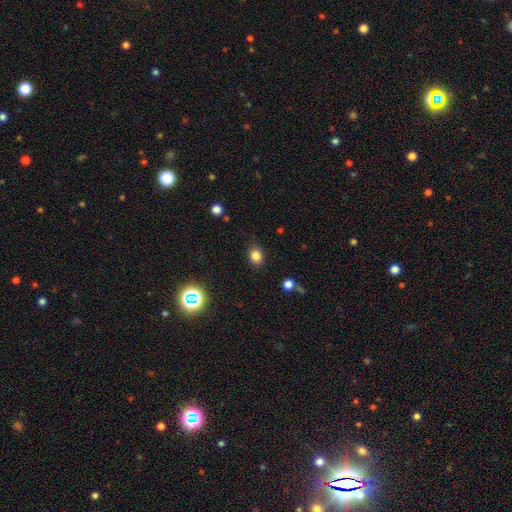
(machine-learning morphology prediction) Smooth or featured? smooth (82%)
How rounded? in between (51%)
Merging? none (86%)